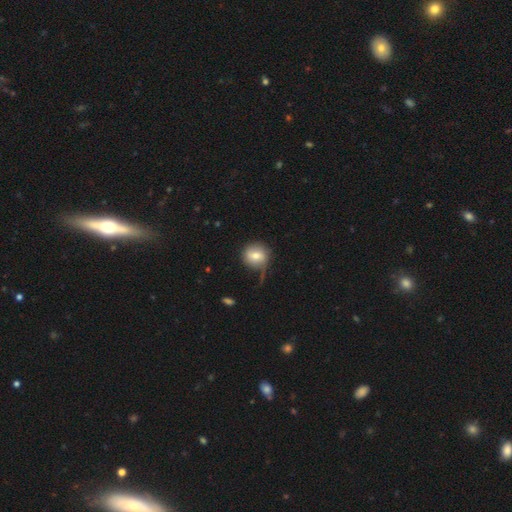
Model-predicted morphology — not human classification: type=smooth (71%); roundness=round (86%); merging=none (54%).